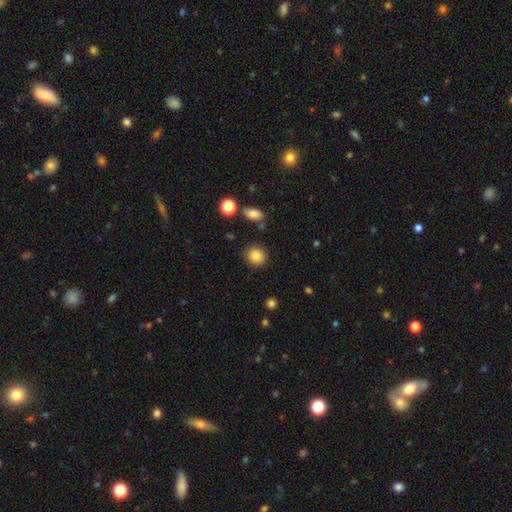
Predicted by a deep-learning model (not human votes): smooth_or_featured: smooth (p=0.85) [alt: star or artifact p=0.10]
how_rounded: round (p=0.80) [alt: in between p=0.19]
merging: none (p=0.86) [alt: minor disturbance p=0.09]